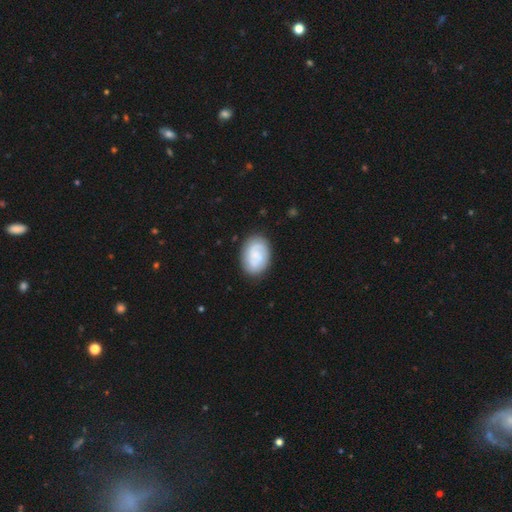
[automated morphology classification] type=featured or disk (54%); edge-on=no (98%); bar=no (57%); spiral arms=yes (89%); bulge=small (45%); merging=none (83%).